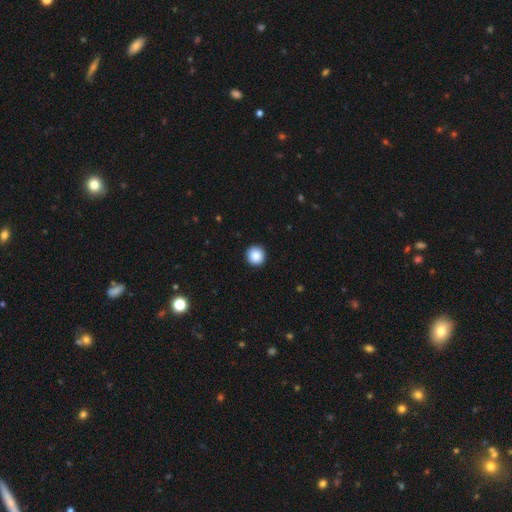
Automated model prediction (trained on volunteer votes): Q: Smooth or featured?
A: smooth (89%); runner-up: star or artifact (9%)
Q: How rounded?
A: round (96%); runner-up: in between (3%)
Q: Merging?
A: none (93%); runner-up: minor disturbance (5%)